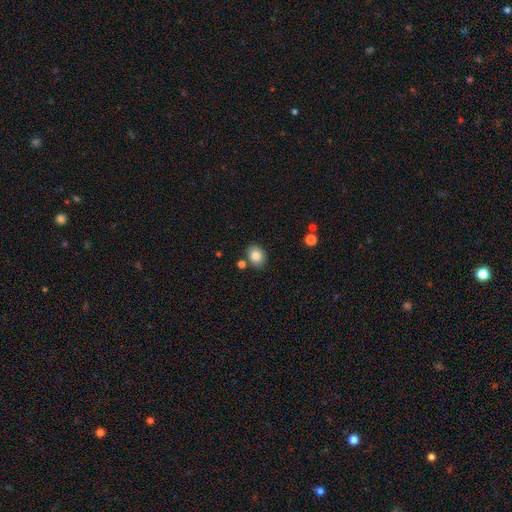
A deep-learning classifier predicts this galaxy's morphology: smooth 84%, star or artifact 9%, featured or disk 8%. Down the decision tree: how rounded — in between (56%); merging — none (79%).